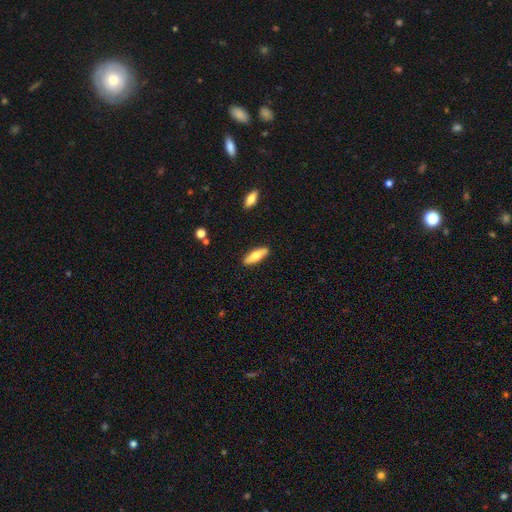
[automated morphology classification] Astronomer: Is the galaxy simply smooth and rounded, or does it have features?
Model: smooth — 61%.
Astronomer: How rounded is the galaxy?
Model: cigar-shaped — 52% (runner-up: in between, 46%).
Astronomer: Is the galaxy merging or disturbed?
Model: none — 88%.